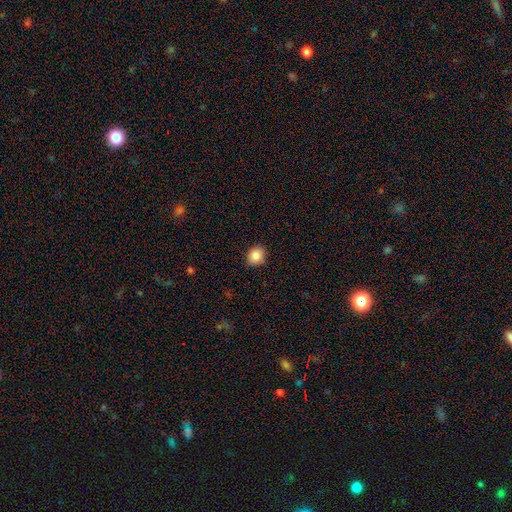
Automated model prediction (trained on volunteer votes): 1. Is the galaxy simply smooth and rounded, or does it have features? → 86% smooth, 9% star or artifact, 5% featured or disk.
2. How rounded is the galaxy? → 67% round, 32% in between, 1% cigar-shaped.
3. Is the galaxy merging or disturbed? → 89% none, 8% minor disturbance, 2% major disturbance, 1% merger.